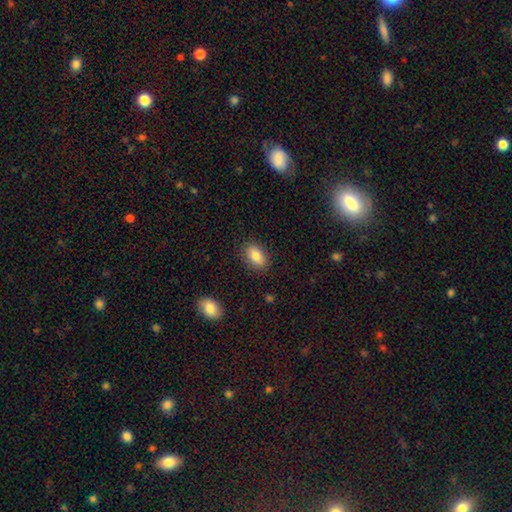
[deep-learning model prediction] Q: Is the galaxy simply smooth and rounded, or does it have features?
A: smooth — 83%.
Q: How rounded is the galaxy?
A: in between — 87%.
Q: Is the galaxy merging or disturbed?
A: none — 86%.